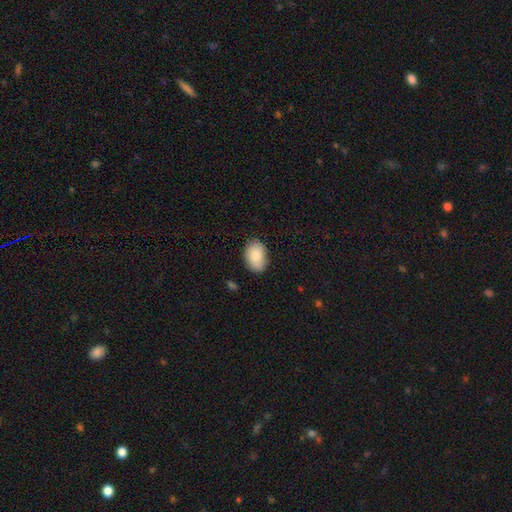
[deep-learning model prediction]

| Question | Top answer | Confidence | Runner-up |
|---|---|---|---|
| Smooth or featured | smooth | 83% | featured or disk (10%) |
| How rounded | in between | 83% | round (16%) |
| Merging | none | 81% | minor disturbance (15%) |